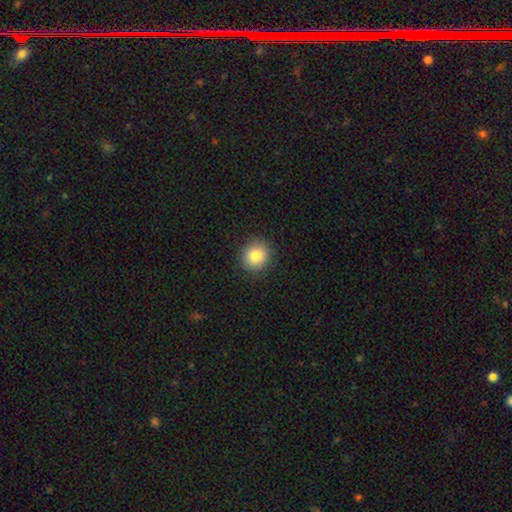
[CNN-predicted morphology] Q: Smooth or featured?
A: smooth (84%); runner-up: star or artifact (9%)
Q: How rounded?
A: round (87%); runner-up: in between (12%)
Q: Merging?
A: none (91%); runner-up: minor disturbance (6%)